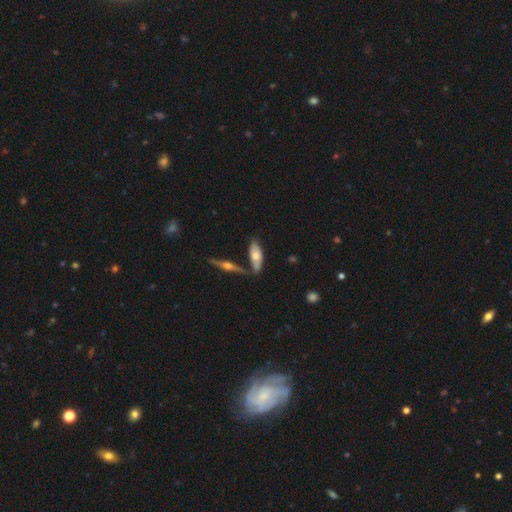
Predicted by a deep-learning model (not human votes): A smooth galaxy with no disk features (55%) that is in between round and cigar-shaped (72%). Merging: none (61%).